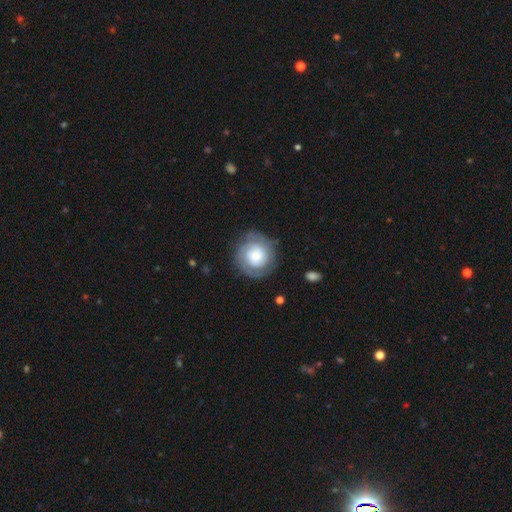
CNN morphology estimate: type=featured or disk (49%); merging=none (77%).